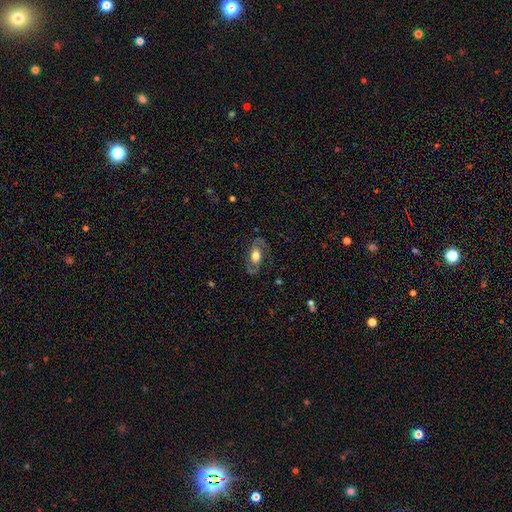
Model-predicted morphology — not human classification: Smooth or featured? featured or disk (72%)
Edge-on disk? no (93%)
Bar? no (65%)
Spiral arms? yes (83%)
Spiral winding? medium (49%)
Spiral arm count? 2 (89%)
Bulge size? moderate (54%)
Merging? none (76%)